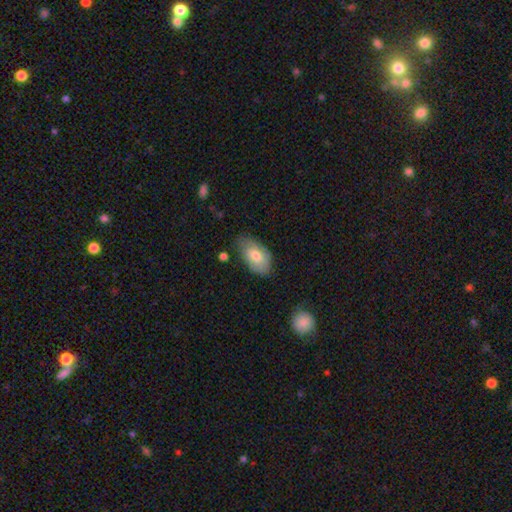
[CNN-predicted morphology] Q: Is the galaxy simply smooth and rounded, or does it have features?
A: smooth — 74%.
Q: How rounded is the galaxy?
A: in between — 94%.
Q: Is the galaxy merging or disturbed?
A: none — 69%.